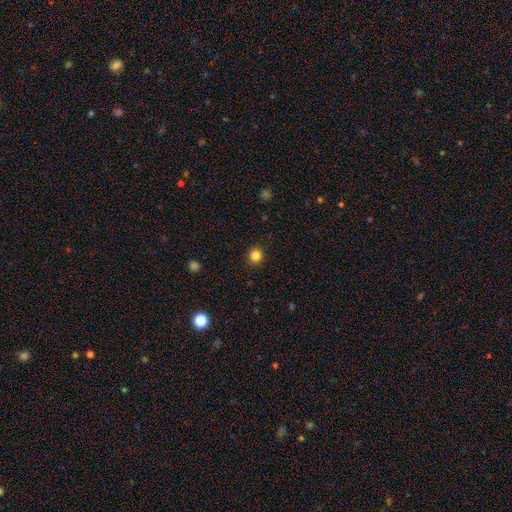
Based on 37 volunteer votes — Overall: smooth (86%). How rounded: round (97%). Merging: none (100%).